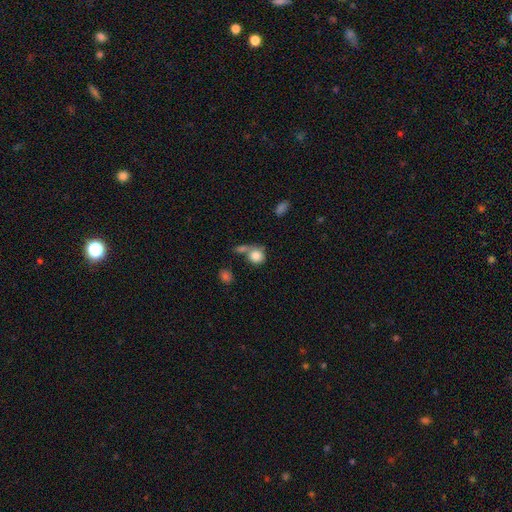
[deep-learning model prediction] Morphology: type=smooth (83%); roundness=round (81%); merging=none (44%).